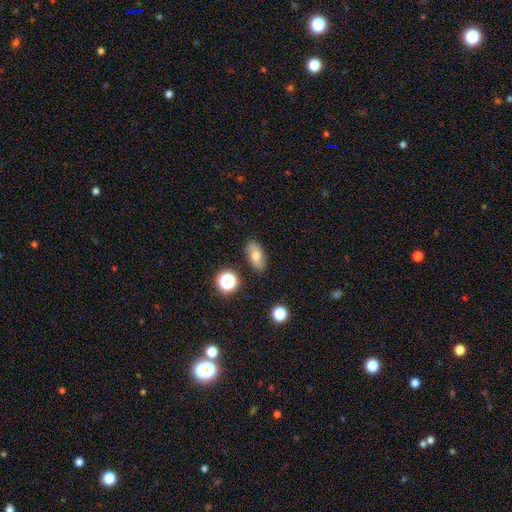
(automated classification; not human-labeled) This appears to be a smooth galaxy with no disk features (69%) that is in between round and cigar-shaped (83%). Merging: none (84%).